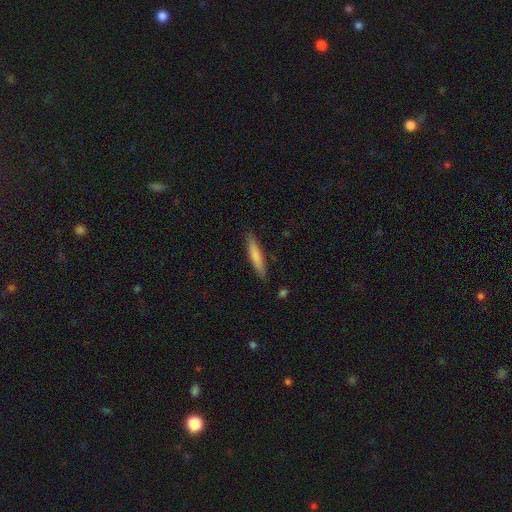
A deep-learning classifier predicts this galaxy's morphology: smooth-or-featured: smooth: 74% | featured or disk: 20% | star or artifact: 5%
  how-rounded: cigar-shaped: 90% | in between: 9% | round: 1%
  merging: none: 87% | minor disturbance: 10% | major disturbance: 2% | merger: 2%